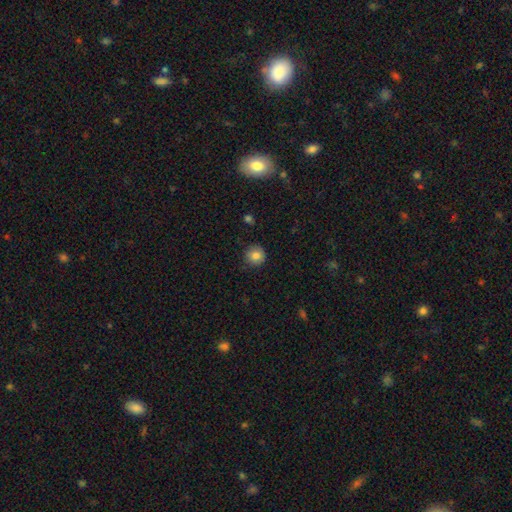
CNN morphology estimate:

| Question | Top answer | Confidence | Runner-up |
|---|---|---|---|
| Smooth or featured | smooth | 84% | star or artifact (10%) |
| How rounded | round | 93% | in between (6%) |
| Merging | none | 86% | minor disturbance (10%) |